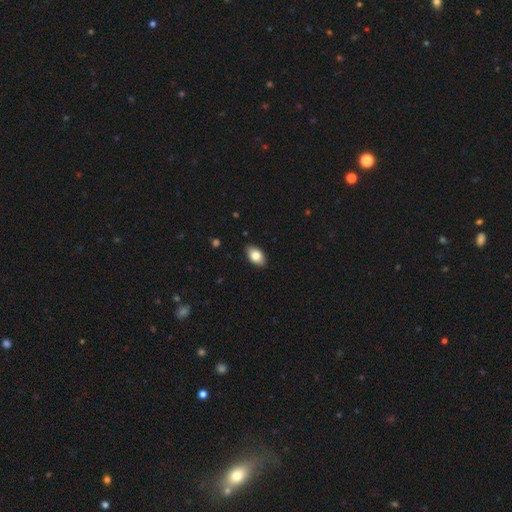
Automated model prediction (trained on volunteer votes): The model was most divided on "smooth or featured": smooth: 82%, featured or disk: 11%, star or artifact: 7%. More confident: how rounded — in between (92%); merging — none (88%).